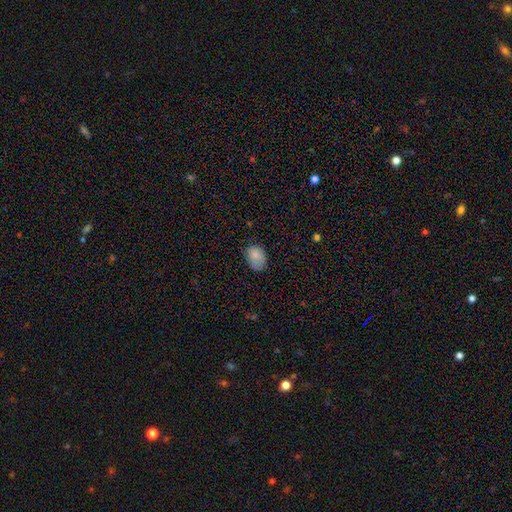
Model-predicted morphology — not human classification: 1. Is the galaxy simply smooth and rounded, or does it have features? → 82% smooth, 9% star or artifact, 9% featured or disk.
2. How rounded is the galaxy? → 72% in between, 27% round, 1% cigar-shaped.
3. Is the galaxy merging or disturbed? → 65% none, 28% minor disturbance, 6% major disturbance, 1% merger.